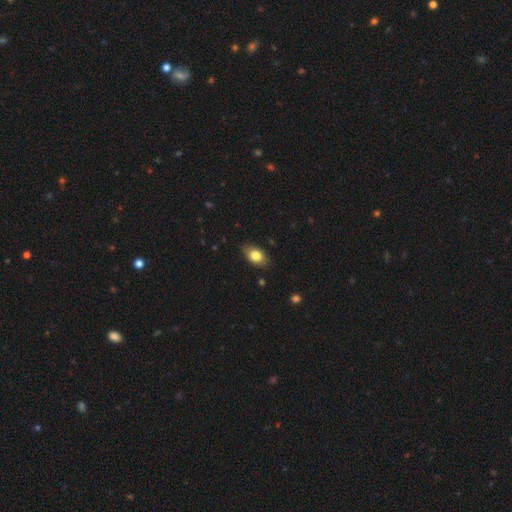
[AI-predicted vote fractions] Q: Smooth or featured?
A: smooth (80%); runner-up: featured or disk (12%)
Q: How rounded?
A: in between (86%); runner-up: round (11%)
Q: Merging?
A: none (83%); runner-up: minor disturbance (13%)